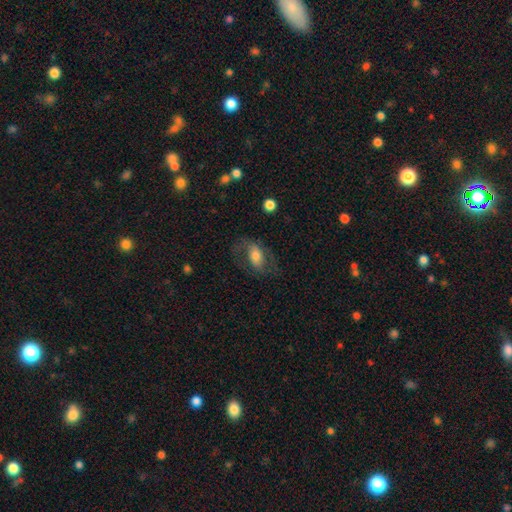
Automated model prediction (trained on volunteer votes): Morphology: type=smooth (47%); merging=none (60%).